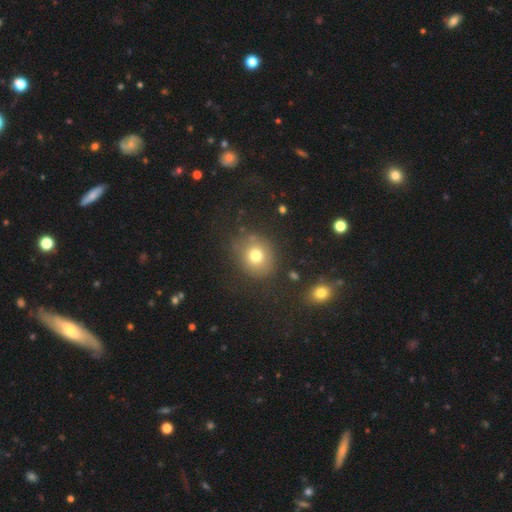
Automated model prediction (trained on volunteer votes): Smooth or featured?
  - smooth: 75% *
  - star or artifact: 15%
  - featured or disk: 11%
How rounded?
  - round: 80% *
  - in between: 19%
  - cigar-shaped: 1%
Merging?
  - none: 80% *
  - minor disturbance: 12%
  - major disturbance: 5%
  - merger: 3%